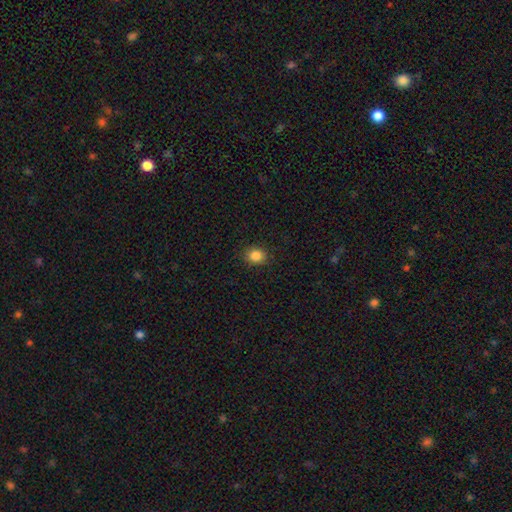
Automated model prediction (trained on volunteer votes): Smooth or featured: smooth — 85% (star or artifact — 11%)
How rounded: round — 65% (in between — 34%)
Merging: none — 90% (minor disturbance — 7%)